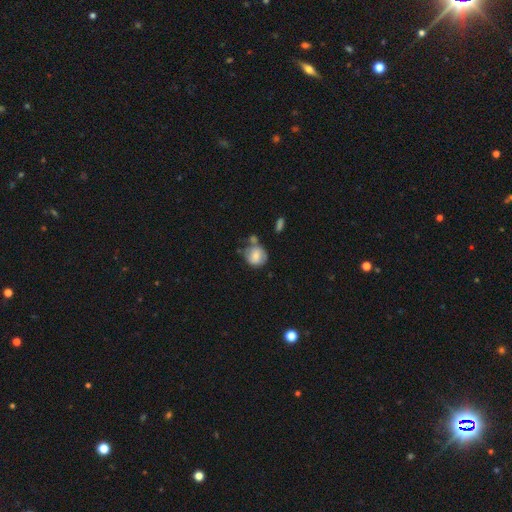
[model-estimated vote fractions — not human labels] smooth_or_featured: smooth (p=0.71) [alt: featured or disk p=0.21]
how_rounded: round (p=0.83) [alt: in between p=0.16]
merging: none (p=0.49) [alt: minor disturbance p=0.23]